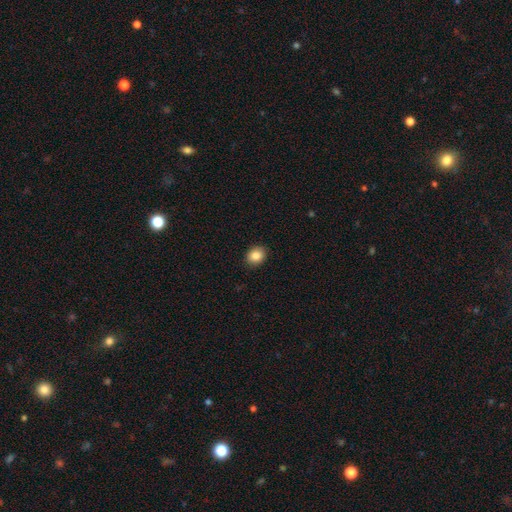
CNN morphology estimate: The model was most divided on "how rounded": round: 55%, in between: 44%, cigar-shaped: 1%. More confident: merging — none (90%); smooth or featured — smooth (86%).